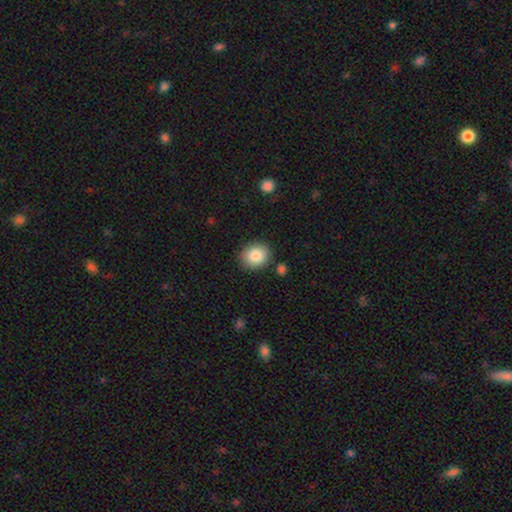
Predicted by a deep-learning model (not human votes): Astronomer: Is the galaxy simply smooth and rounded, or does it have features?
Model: smooth — 84%.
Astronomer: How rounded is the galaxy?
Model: round — 69%.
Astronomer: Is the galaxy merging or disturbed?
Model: none — 85%.